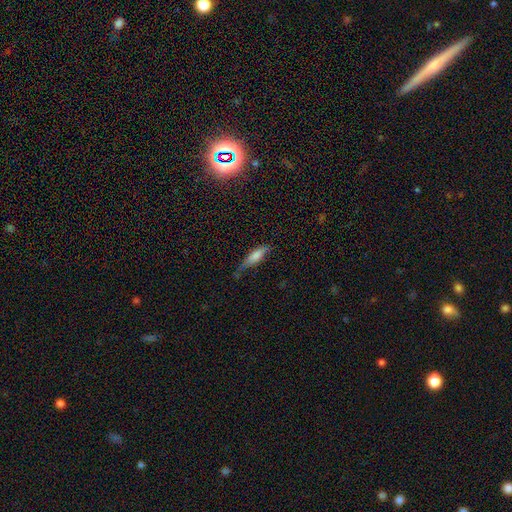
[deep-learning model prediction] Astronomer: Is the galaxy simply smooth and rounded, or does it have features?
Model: smooth — 71%.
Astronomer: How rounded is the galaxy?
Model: cigar-shaped — 56% (runner-up: in between, 42%).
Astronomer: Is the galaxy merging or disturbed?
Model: none — 50% (runner-up: minor disturbance, 35%).